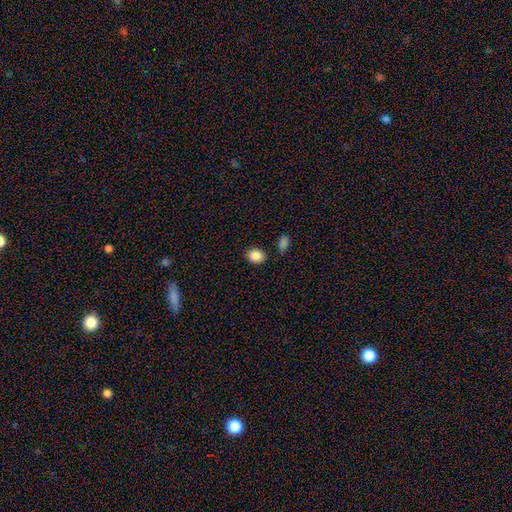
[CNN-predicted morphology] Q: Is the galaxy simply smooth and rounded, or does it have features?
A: smooth — 87%.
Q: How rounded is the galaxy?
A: in between — 56%.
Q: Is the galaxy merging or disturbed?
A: none — 83%.